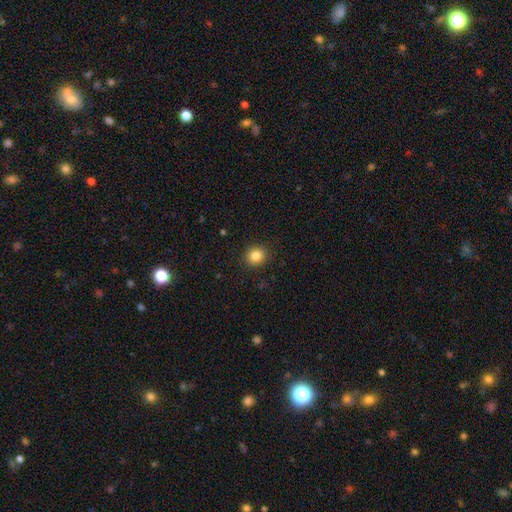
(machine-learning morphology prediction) Smooth or featured?
  - smooth: 84% *
  - star or artifact: 11%
  - featured or disk: 5%
How rounded?
  - round: 81% *
  - in between: 18%
  - cigar-shaped: 1%
Merging?
  - none: 91% *
  - minor disturbance: 6%
  - major disturbance: 2%
  - merger: 1%